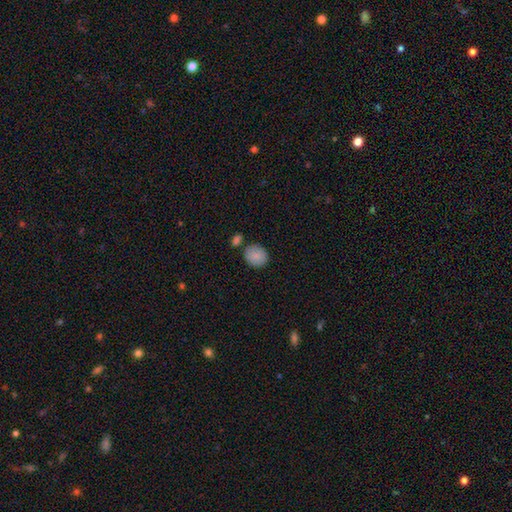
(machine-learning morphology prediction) Smooth or featured: smooth — 87% (star or artifact — 7%)
How rounded: round — 80% (in between — 19%)
Merging: none — 77% (minor disturbance — 10%)